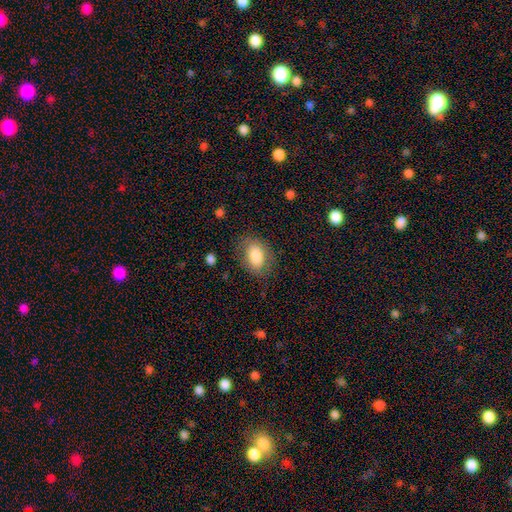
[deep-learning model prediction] Q: Smooth or featured?
A: smooth (81%); runner-up: featured or disk (12%)
Q: How rounded?
A: in between (81%); runner-up: round (18%)
Q: Merging?
A: none (73%); runner-up: minor disturbance (18%)